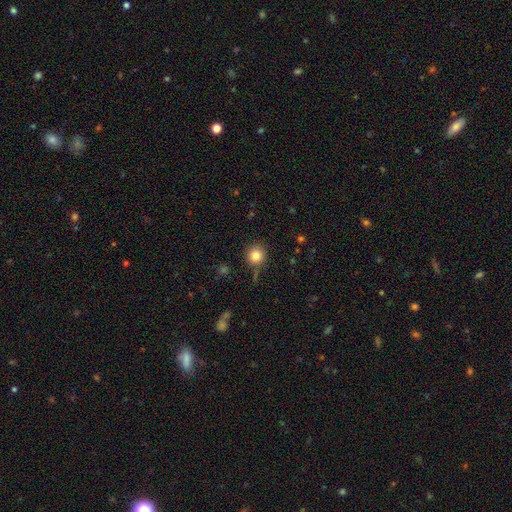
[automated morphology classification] smooth-or-featured: smooth: 82% | star or artifact: 11% | featured or disk: 6%
  how-rounded: round: 93% | in between: 6% | cigar-shaped: 1%
  merging: none: 83% | minor disturbance: 10% | major disturbance: 3% | merger: 3%